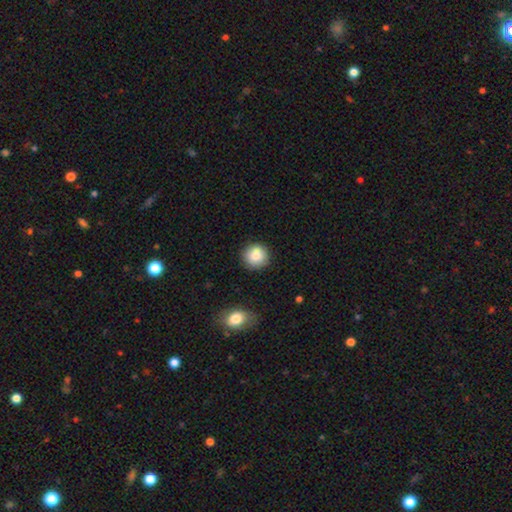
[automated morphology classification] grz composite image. It shows a smooth galaxy with no disk features (85%) that is round (93%). Merging: none (87%).